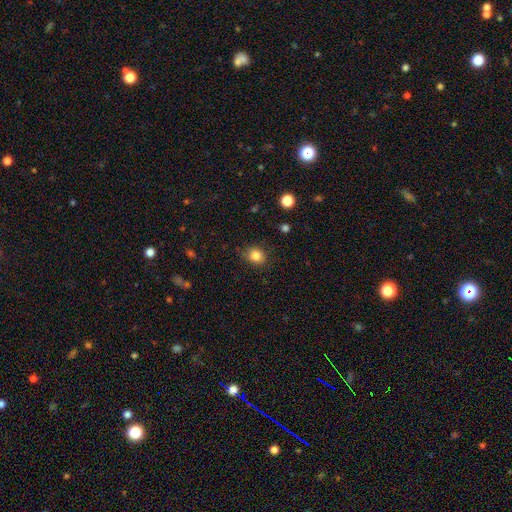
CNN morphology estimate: The model was most divided on "how rounded": round: 64%, in between: 35%, cigar-shaped: 1%. More confident: smooth or featured — smooth (84%); merging — none (80%).